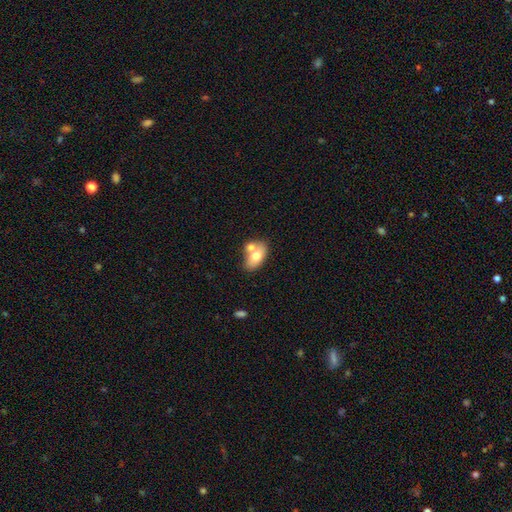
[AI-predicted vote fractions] smooth_or_featured: smooth (p=0.68) [alt: featured or disk p=0.25]
how_rounded: in between (p=0.88) [alt: round p=0.09]
merging: merger (p=0.42) [alt: none p=0.41]